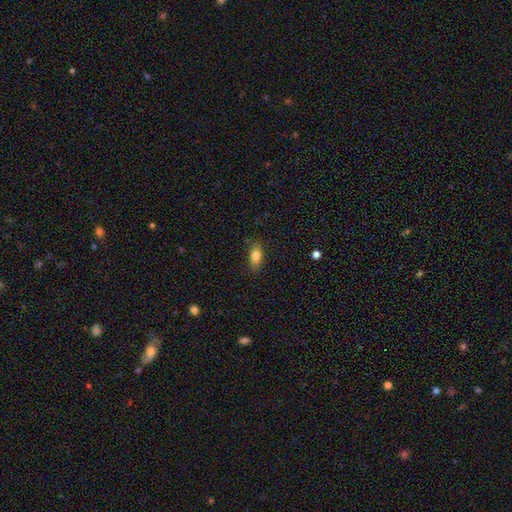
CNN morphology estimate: This is clearly a smooth galaxy (80%). How rounded: clearly in between (82%). Merging: clearly none (82%).